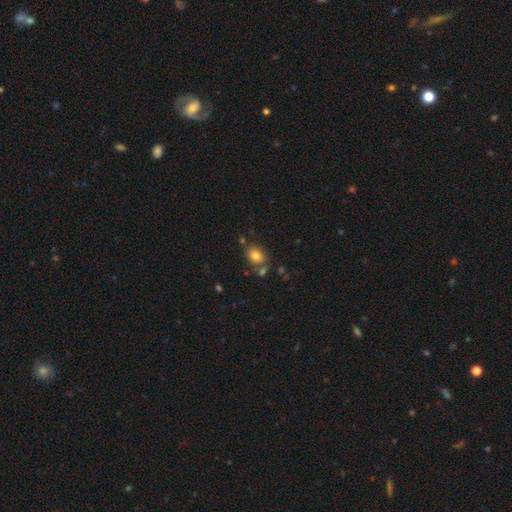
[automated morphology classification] smooth 80%, star or artifact 11%, featured or disk 9%. Down the decision tree: how rounded — in between (60%); merging — none (69%).